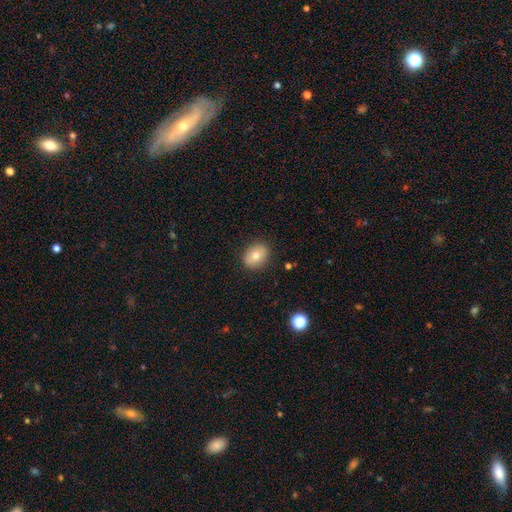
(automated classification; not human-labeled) This appears to be a smooth galaxy with no disk features (75%) that is in between round and cigar-shaped (54%). Merging: none (88%).